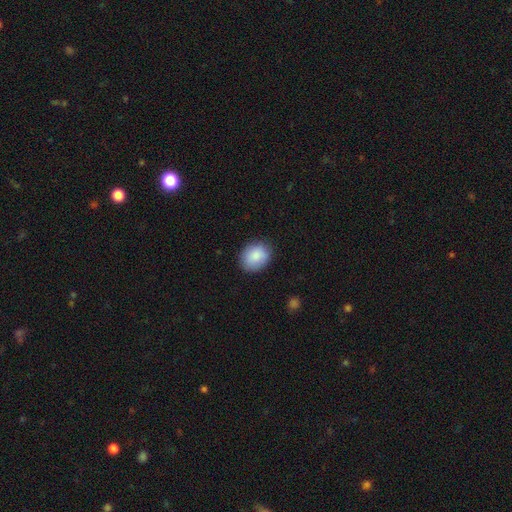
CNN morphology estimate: Smooth or featured: smooth — 87% (star or artifact — 7%)
How rounded: round — 50% (in between — 49%)
Merging: none — 85% (minor disturbance — 11%)